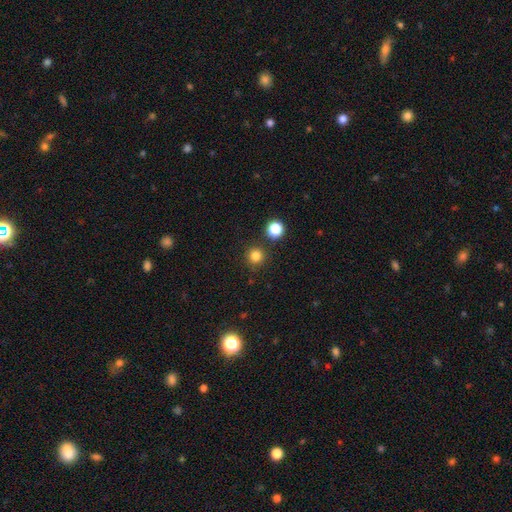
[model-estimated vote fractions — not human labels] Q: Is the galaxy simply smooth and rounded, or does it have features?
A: smooth — 81%.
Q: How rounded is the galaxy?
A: round — 95%.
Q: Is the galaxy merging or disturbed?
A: none — 86%.